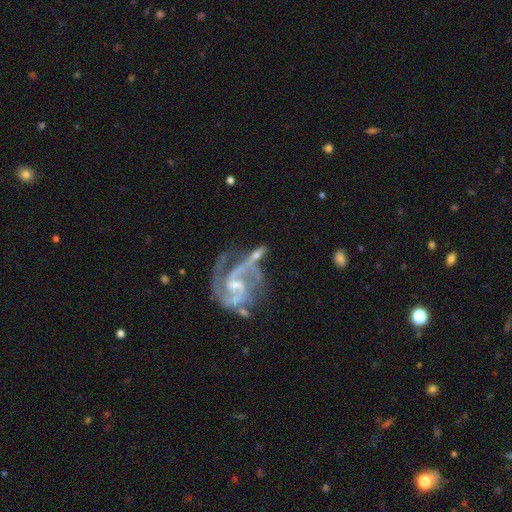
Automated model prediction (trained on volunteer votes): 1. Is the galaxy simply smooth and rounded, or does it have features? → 79% featured or disk, 14% smooth, 7% star or artifact.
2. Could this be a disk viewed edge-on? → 94% no, 6% yes.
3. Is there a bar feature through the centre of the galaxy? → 46% weak, 38% no, 16% strong.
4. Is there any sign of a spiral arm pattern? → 92% yes, 8% no.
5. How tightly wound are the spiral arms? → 50% medium, 27% loose, 24% tight.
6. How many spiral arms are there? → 81% 2, 6% can't tell, 5% 3, 4% 1, 2% 4, 2% more than 4.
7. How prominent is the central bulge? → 61% small, 27% moderate, 8% none, 3% large, 1% dominant.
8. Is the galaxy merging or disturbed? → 38% none, 26% merger, 19% minor disturbance, 16% major disturbance.